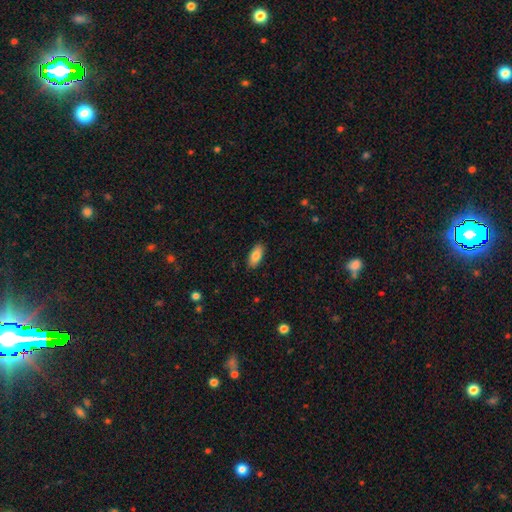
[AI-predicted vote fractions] A smooth galaxy with no disk features (86%) that is in between round and cigar-shaped (87%). Merging: none (88%).